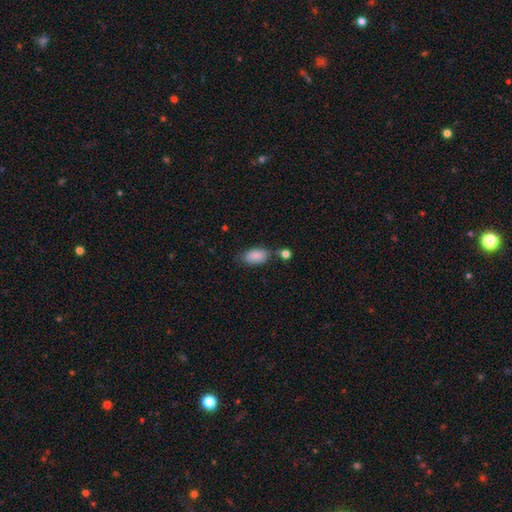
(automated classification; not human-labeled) Morphology: type=smooth (87%); roundness=in between (92%); merging=none (61%).